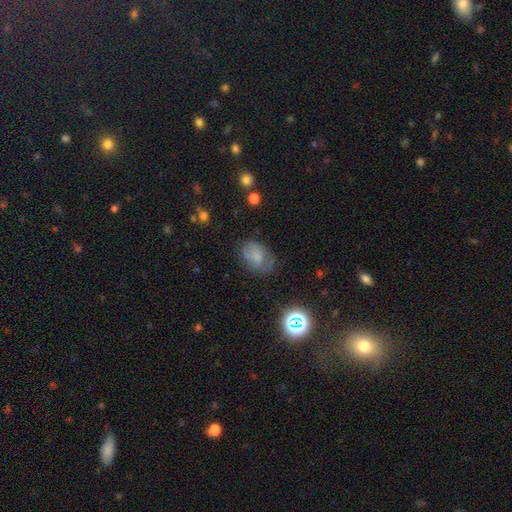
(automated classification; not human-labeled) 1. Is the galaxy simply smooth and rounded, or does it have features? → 62% smooth, 24% featured or disk, 14% star or artifact.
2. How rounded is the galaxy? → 77% in between, 21% round, 1% cigar-shaped.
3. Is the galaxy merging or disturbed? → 56% none, 27% minor disturbance, 13% major disturbance, 3% merger.